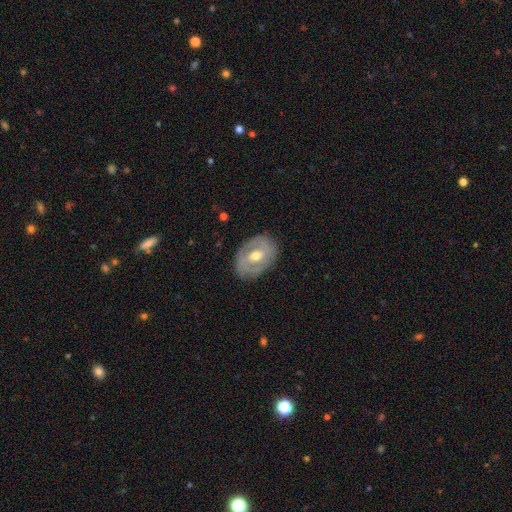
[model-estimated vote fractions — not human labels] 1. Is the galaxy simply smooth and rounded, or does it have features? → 68% featured or disk, 26% smooth, 6% star or artifact.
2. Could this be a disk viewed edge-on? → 94% no, 6% yes.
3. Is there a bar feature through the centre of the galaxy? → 42% weak, 38% no, 20% strong.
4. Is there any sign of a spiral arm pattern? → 54% yes, 46% no.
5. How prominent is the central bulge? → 74% moderate, 19% small, 4% large, 1% none, 1% dominant.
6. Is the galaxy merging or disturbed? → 81% none, 14% minor disturbance, 4% major disturbance, 1% merger.